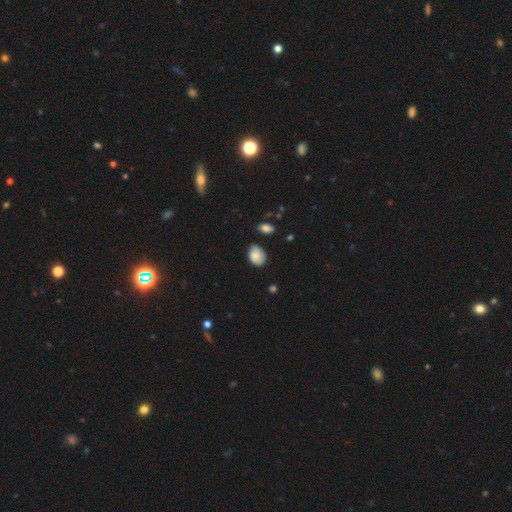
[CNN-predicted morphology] smooth_or_featured: smooth (p=0.81) [alt: featured or disk p=0.11]
how_rounded: in between (p=0.75) [alt: round p=0.24]
merging: none (p=0.66) [alt: minor disturbance p=0.27]